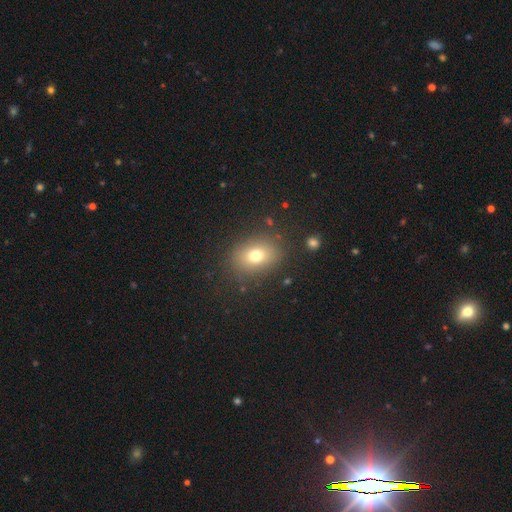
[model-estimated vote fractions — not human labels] This is likely a smooth galaxy (74%). How rounded: possibly in between (59%). Merging: clearly none (84%).